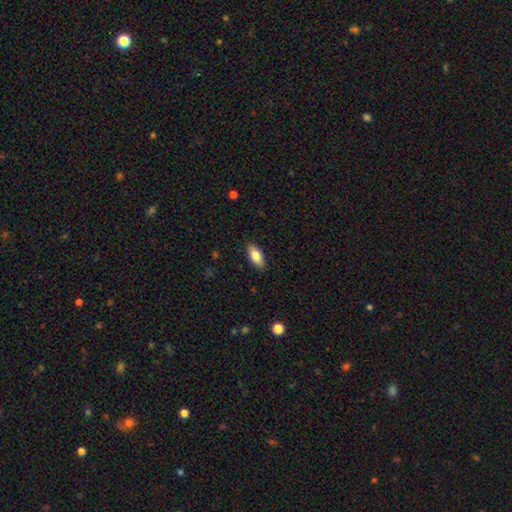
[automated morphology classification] The model was most divided on "smooth or featured": smooth: 80%, featured or disk: 14%, star or artifact: 7%. More confident: merging — none (88%); how rounded — in between (86%).